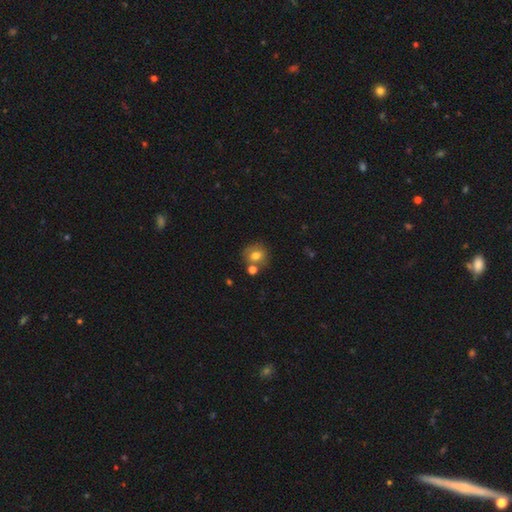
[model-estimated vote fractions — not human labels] A smooth galaxy with no disk features (74%) that is round (82%).

Vote fractions:
- Smooth or featured? smooth: 74% / featured or disk: 15% / star or artifact: 11%
- How rounded? round: 82% / in between: 17% / cigar-shaped: 1%
- Merging? none: 64% / merger: 19% / minor disturbance: 13% / major disturbance: 4%